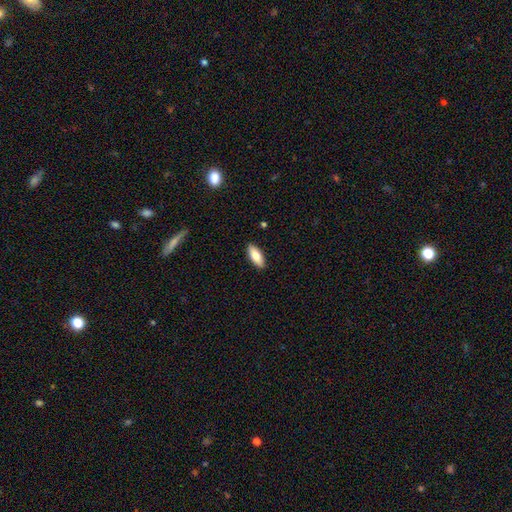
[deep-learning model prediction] Smooth or featured? Predicted: smooth (p=0.78). How rounded? Predicted: in between (p=0.77). Merging? Predicted: none (p=0.90).